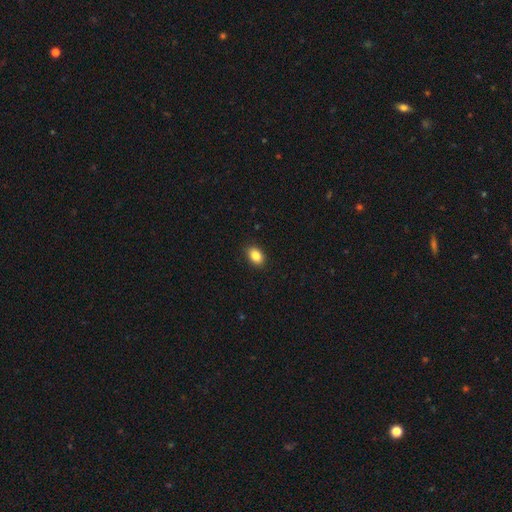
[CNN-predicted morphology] Q: Smooth or featured?
A: smooth (87%); runner-up: star or artifact (8%)
Q: How rounded?
A: in between (82%); runner-up: round (17%)
Q: Merging?
A: none (89%); runner-up: minor disturbance (8%)